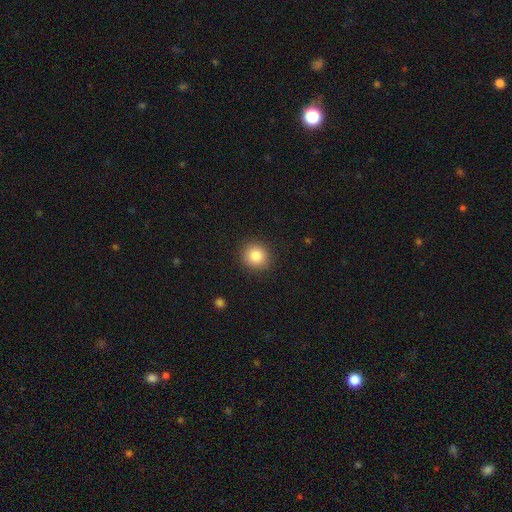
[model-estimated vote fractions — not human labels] Q: Smooth or featured?
A: smooth (85%); runner-up: star or artifact (10%)
Q: How rounded?
A: round (91%); runner-up: in between (9%)
Q: Merging?
A: none (90%); runner-up: minor disturbance (7%)